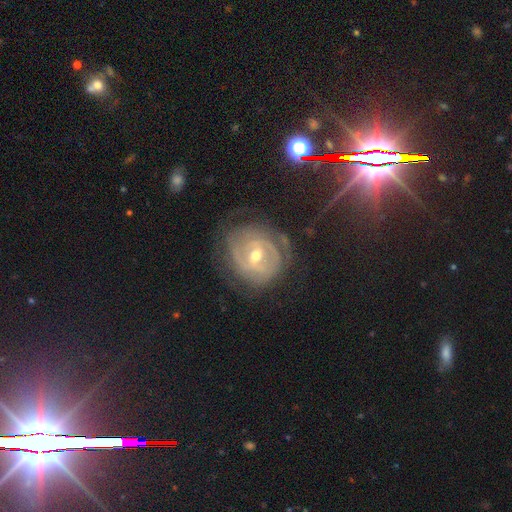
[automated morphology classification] Smooth or featured? Predicted: featured or disk (p=0.80). Edge-on disk? Predicted: no (p=0.96). Bar? Predicted: weak (p=0.46). Spiral arms? Predicted: yes (p=0.87). Spiral winding? Predicted: tight (p=0.68). Spiral arm count? Predicted: can't tell (p=0.41). Bulge size? Predicted: moderate (p=0.61). Merging? Predicted: none (p=0.71).